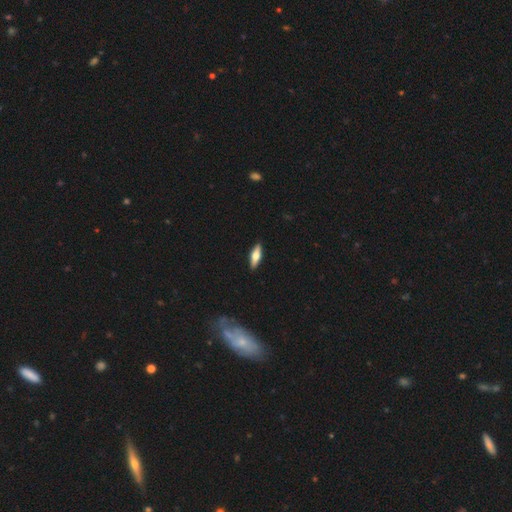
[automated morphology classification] Smooth or featured? Predicted: smooth (p=0.52). How rounded? Predicted: in between (p=0.50). Merging? Predicted: none (p=0.90).